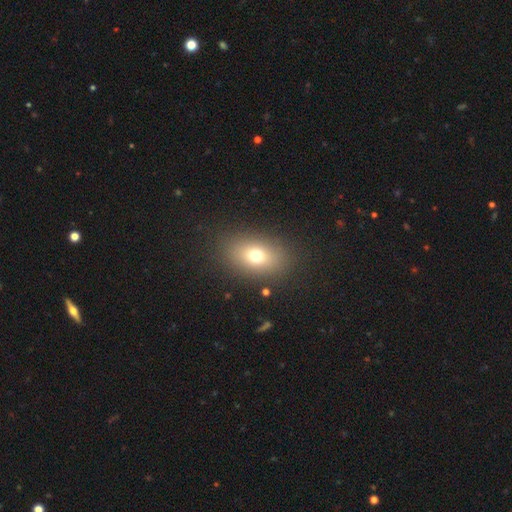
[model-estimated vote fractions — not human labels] Q: Smooth or featured?
A: smooth (71%); runner-up: featured or disk (14%)
Q: How rounded?
A: in between (74%); runner-up: round (24%)
Q: Merging?
A: none (85%); runner-up: minor disturbance (9%)